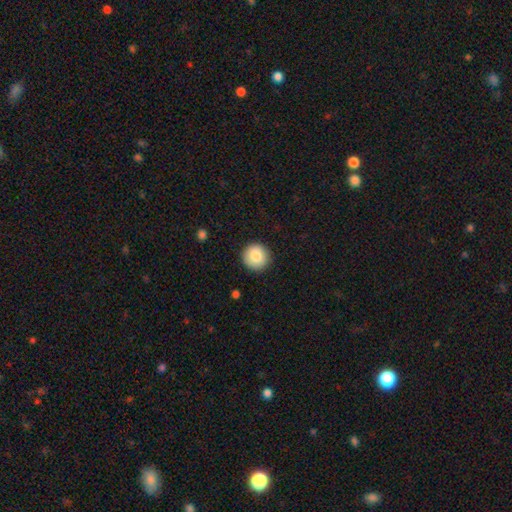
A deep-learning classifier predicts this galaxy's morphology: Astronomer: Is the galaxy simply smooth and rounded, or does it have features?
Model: smooth — 85%.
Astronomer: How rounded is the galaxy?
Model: round — 95%.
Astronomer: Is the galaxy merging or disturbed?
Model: none — 90%.